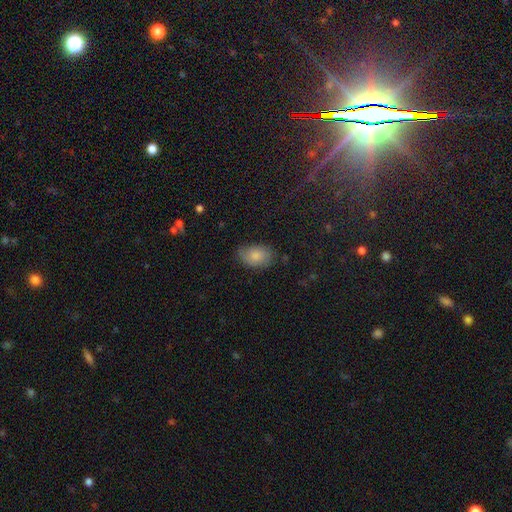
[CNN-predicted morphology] Q: Smooth or featured?
A: smooth (79%); runner-up: featured or disk (13%)
Q: How rounded?
A: in between (88%); runner-up: round (11%)
Q: Merging?
A: none (70%); runner-up: minor disturbance (24%)